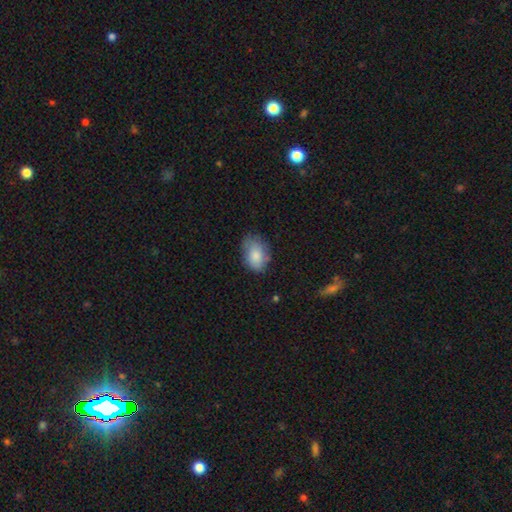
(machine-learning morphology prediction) Q: Smooth or featured?
A: smooth (82%); runner-up: featured or disk (11%)
Q: How rounded?
A: in between (83%); runner-up: round (15%)
Q: Merging?
A: none (62%); runner-up: minor disturbance (28%)